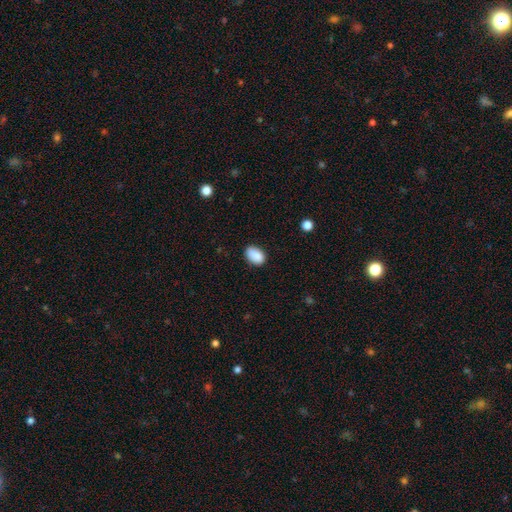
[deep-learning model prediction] Smooth or featured?
  - smooth: 88% *
  - star or artifact: 8%
  - featured or disk: 4%
How rounded?
  - in between: 88% *
  - round: 11%
  - cigar-shaped: 1%
Merging?
  - none: 78% *
  - minor disturbance: 18%
  - major disturbance: 3%
  - merger: 2%